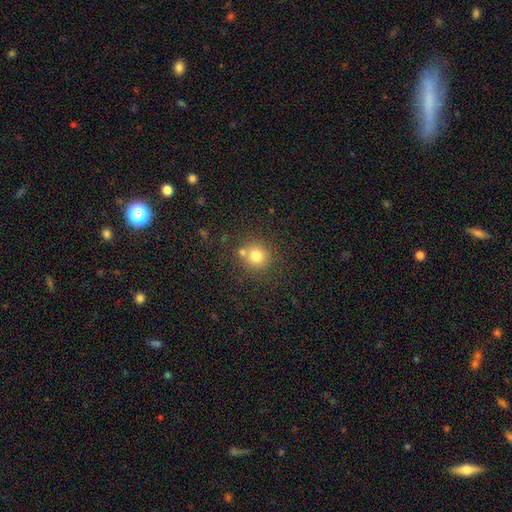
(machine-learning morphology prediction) Smooth or featured? Predicted: smooth (p=0.78). How rounded? Predicted: round (p=0.90). Merging? Predicted: none (p=0.68).